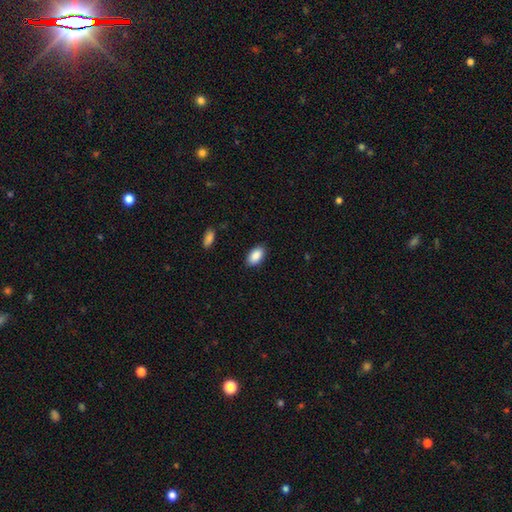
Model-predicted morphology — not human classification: Smooth or featured: smooth — 90% (star or artifact — 7%)
How rounded: in between — 94% (round — 4%)
Merging: none — 87% (minor disturbance — 9%)